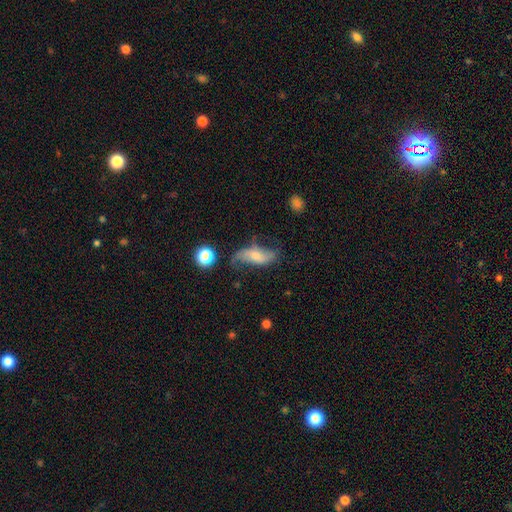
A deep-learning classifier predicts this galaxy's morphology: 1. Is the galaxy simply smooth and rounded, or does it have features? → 58% featured or disk, 33% smooth, 9% star or artifact.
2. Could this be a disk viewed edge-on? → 90% no, 10% yes.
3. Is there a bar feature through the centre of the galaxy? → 55% no, 32% weak, 13% strong.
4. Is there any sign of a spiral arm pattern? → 85% yes, 15% no.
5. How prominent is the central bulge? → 47% small, 37% moderate, 9% none, 5% large, 2% dominant.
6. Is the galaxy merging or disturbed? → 52% none, 28% minor disturbance, 17% major disturbance, 4% merger.